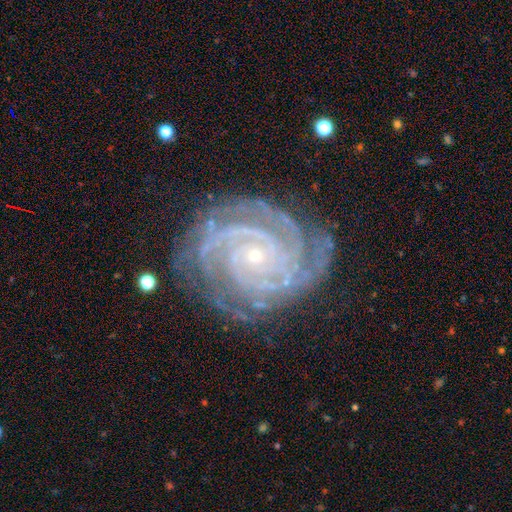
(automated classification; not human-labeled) Morphology: type=featured or disk (92%); edge-on=no (98%); bar=no (73%); spiral arms=yes (99%); winding=tight (84%); arm count=4 (24%); bulge=small (85%); merging=none (80%).